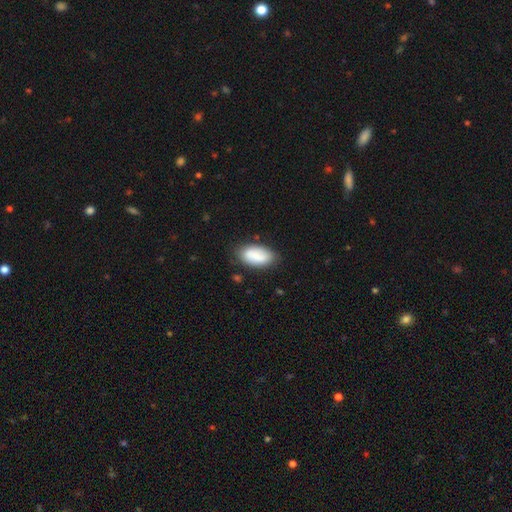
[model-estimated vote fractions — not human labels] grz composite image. It shows a smooth galaxy with no disk features (82%) that is in between round and cigar-shaped (94%). Merging: none (76%).